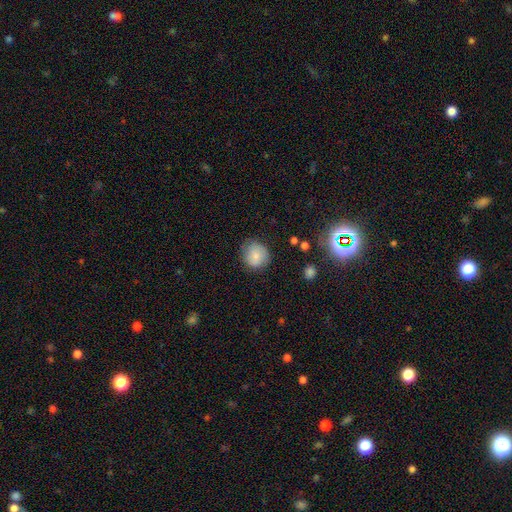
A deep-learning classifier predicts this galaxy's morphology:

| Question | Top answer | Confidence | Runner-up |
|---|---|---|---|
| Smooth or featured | smooth | 77% | featured or disk (14%) |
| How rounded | round | 84% | in between (16%) |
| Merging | none | 74% | minor disturbance (19%) |